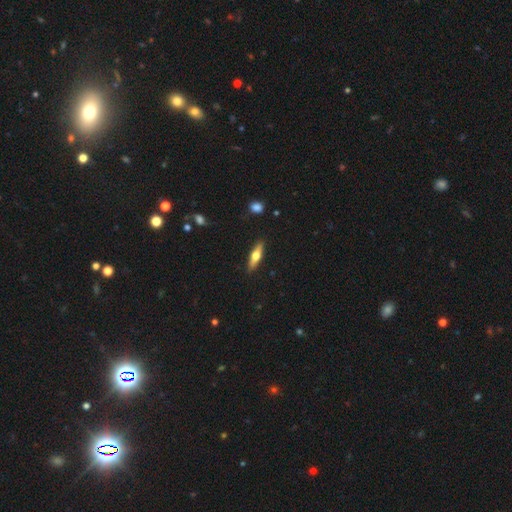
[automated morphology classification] The model was most divided on "smooth or featured": smooth: 49%, featured or disk: 45%, star or artifact: 6%. More confident: merging — none (88%).